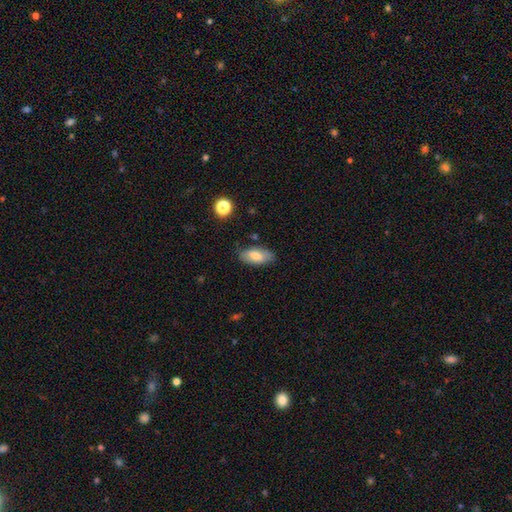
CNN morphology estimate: smooth-or-featured: smooth: 73% | featured or disk: 20% | star or artifact: 7%
  how-rounded: in between: 91% | cigar-shaped: 6% | round: 3%
  merging: none: 78% | minor disturbance: 16% | major disturbance: 3% | merger: 2%